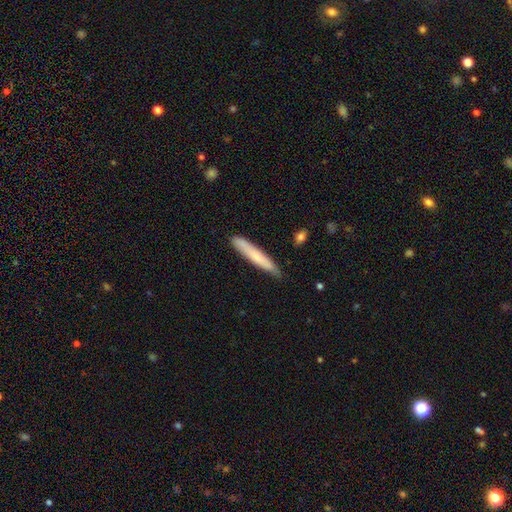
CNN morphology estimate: Smooth or featured? Predicted: smooth (p=0.67). How rounded? Predicted: cigar-shaped (p=0.93). Merging? Predicted: none (p=0.81).